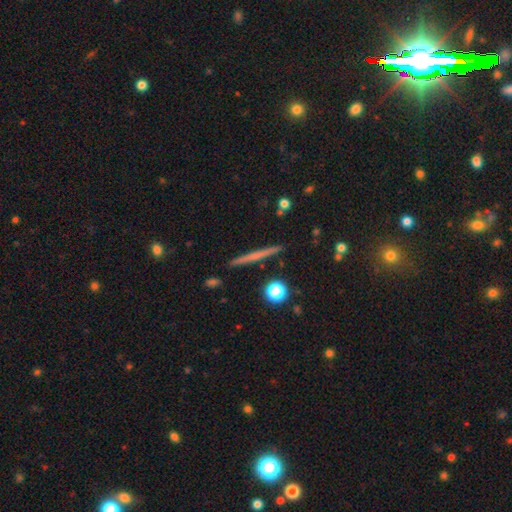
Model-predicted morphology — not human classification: type=featured or disk (50%); merging=none (92%).